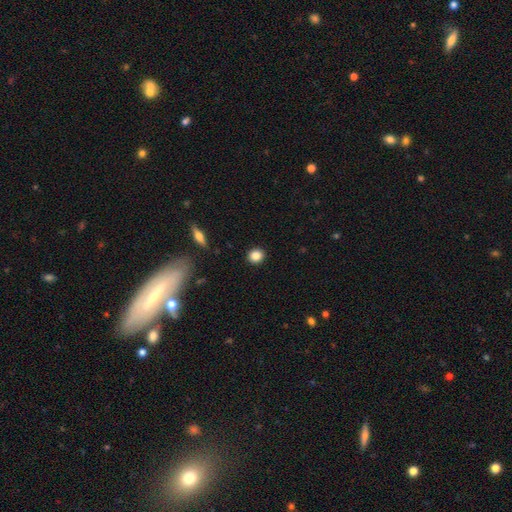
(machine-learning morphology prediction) smooth 85%, star or artifact 10%, featured or disk 6%. Down the decision tree: how rounded — round (85%); merging — none (92%).